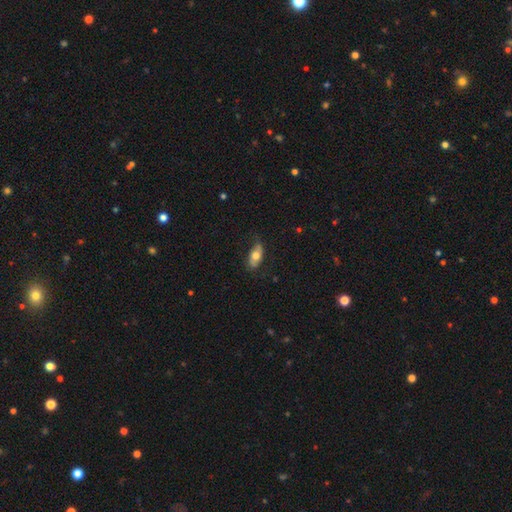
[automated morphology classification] Smooth or featured?
  - smooth: 62% *
  - featured or disk: 31%
  - star or artifact: 7%
How rounded?
  - in between: 86% *
  - cigar-shaped: 9%
  - round: 5%
Merging?
  - none: 66% *
  - minor disturbance: 25%
  - major disturbance: 7%
  - merger: 1%